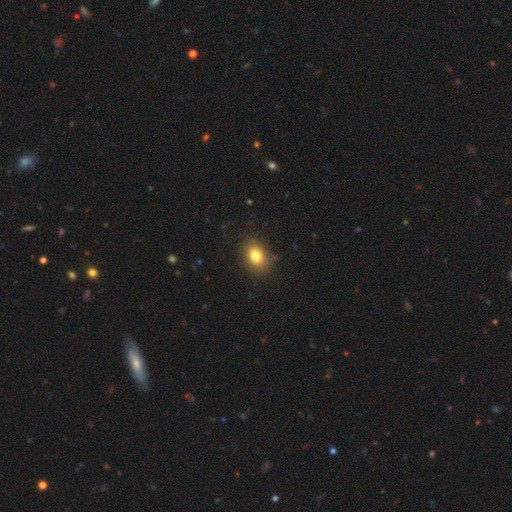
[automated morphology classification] A smooth galaxy with no disk features (80%) that is in between round and cigar-shaped (62%).

Vote fractions:
- Smooth or featured? smooth: 80% / star or artifact: 11% / featured or disk: 9%
- How rounded? in between: 62% / round: 37% / cigar-shaped: 1%
- Merging? none: 85% / minor disturbance: 11% / major disturbance: 3% / merger: 1%